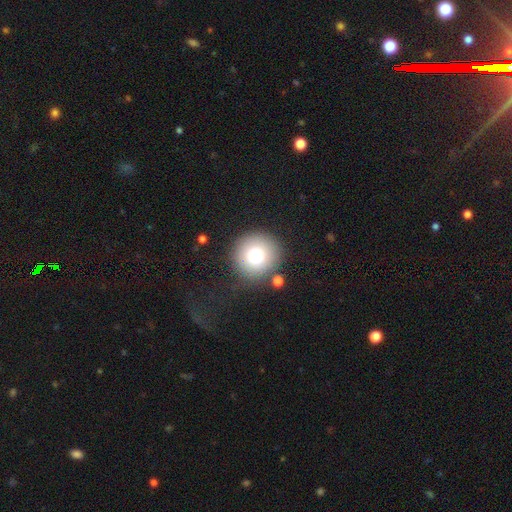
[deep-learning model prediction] This is likely a smooth galaxy (77%). How rounded: clearly round (95%). Merging: clearly none (85%).